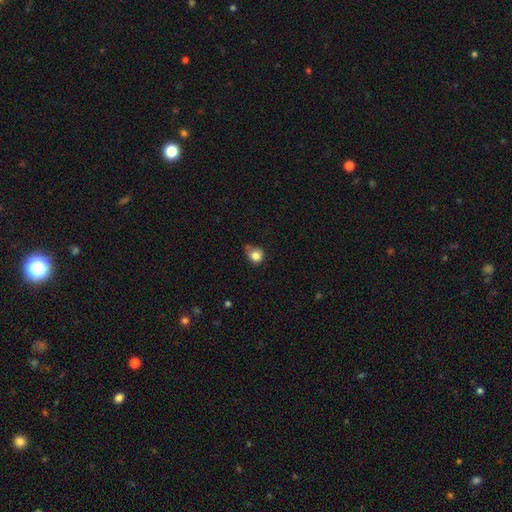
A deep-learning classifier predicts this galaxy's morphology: Q: Smooth or featured?
A: smooth (83%); runner-up: star or artifact (10%)
Q: How rounded?
A: round (82%); runner-up: in between (17%)
Q: Merging?
A: none (52%); runner-up: minor disturbance (34%)